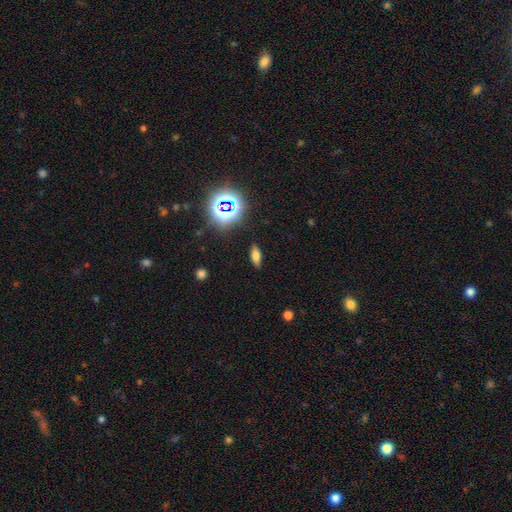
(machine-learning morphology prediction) smooth_or_featured: smooth (p=0.67) [alt: star or artifact p=0.20]
how_rounded: in between (p=0.70) [alt: cigar-shaped p=0.24]
merging: none (p=0.88) [alt: minor disturbance p=0.08]